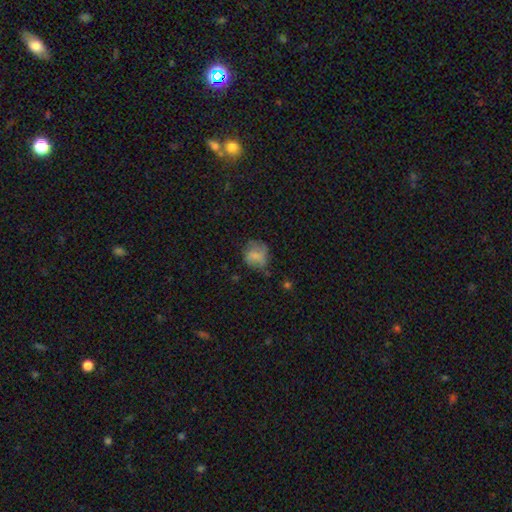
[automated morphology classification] The model was most divided on "merging": none: 54%, minor disturbance: 29%, major disturbance: 14%, merger: 2%. More confident: how rounded — round (74%); smooth or featured — smooth (68%).